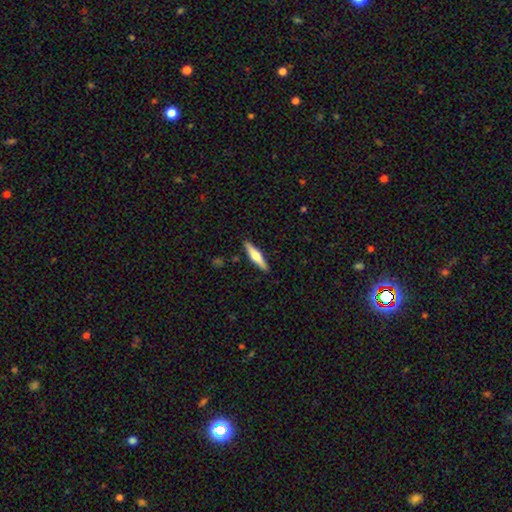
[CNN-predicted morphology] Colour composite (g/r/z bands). It shows a smooth galaxy with no disk features (50%). Merging: none (90%).